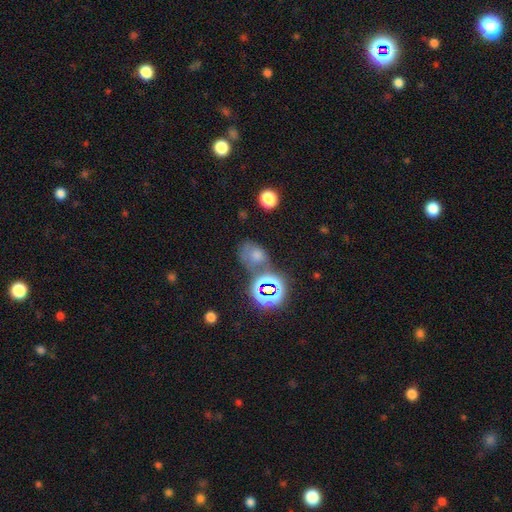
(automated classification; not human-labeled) Morphology: type=smooth (44%, tied with star or artifact); merging=none (60%).